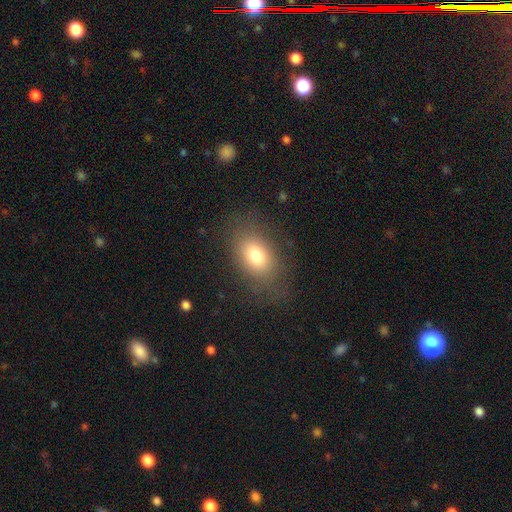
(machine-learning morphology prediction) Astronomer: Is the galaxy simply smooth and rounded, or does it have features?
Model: smooth — 76%.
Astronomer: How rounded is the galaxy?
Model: in between — 81%.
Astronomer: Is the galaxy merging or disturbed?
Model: none — 77%.